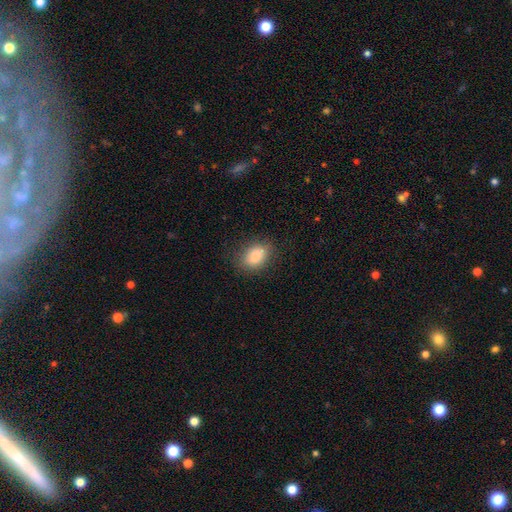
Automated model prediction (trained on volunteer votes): Smooth or featured? Predicted: smooth (p=0.86). How rounded? Predicted: in between (p=0.81). Merging? Predicted: none (p=0.82).